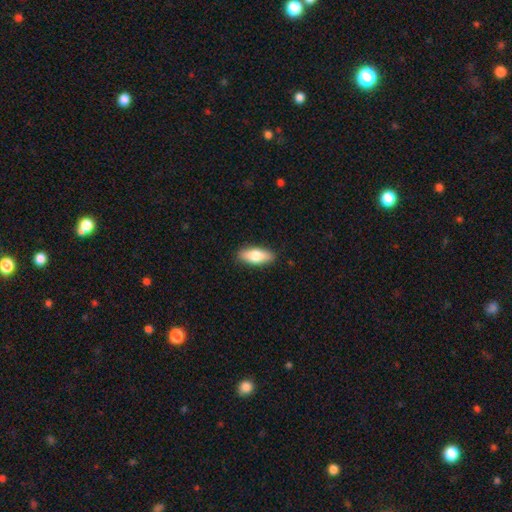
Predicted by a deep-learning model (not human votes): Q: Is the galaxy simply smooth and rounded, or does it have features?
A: smooth — 73%.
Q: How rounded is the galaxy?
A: in between — 75%.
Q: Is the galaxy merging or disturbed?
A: none — 89%.